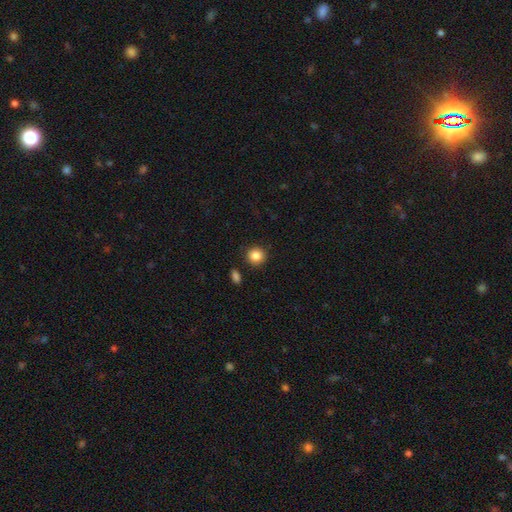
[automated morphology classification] Overall: smooth (86%). How rounded: round (91%). Merging: none (89%).